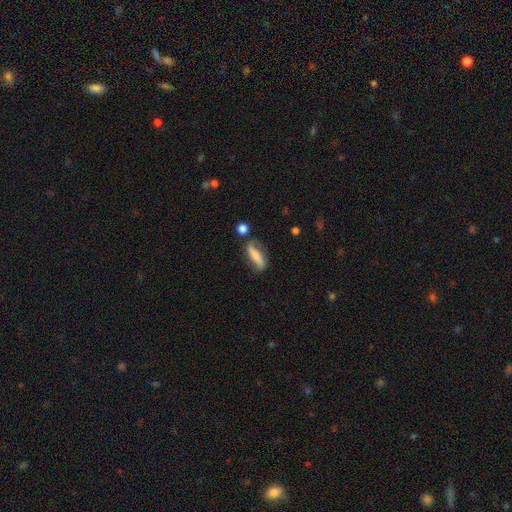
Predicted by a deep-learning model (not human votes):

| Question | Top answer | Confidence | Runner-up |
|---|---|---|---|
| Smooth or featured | smooth | 63% | featured or disk (29%) |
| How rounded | cigar-shaped | 57% | in between (40%) |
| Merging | none | 61% | minor disturbance (23%) |